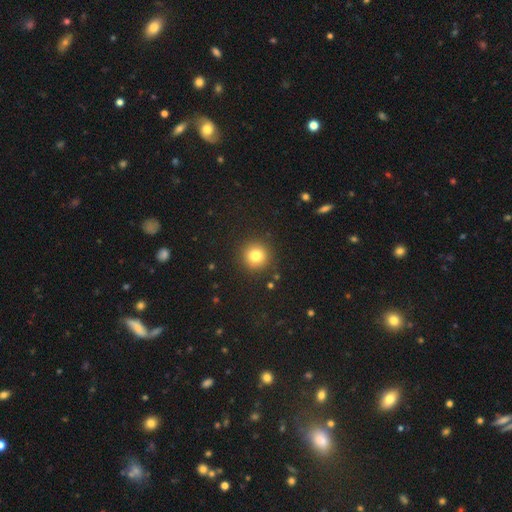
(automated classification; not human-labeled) Smooth or featured? Predicted: smooth (p=0.79). How rounded? Predicted: round (p=0.95). Merging? Predicted: none (p=0.91).